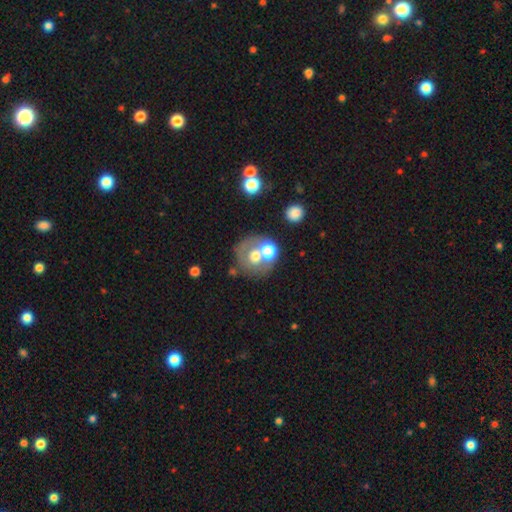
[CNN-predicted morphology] type=smooth (52%); roundness=round (82%); merging=none (47%).